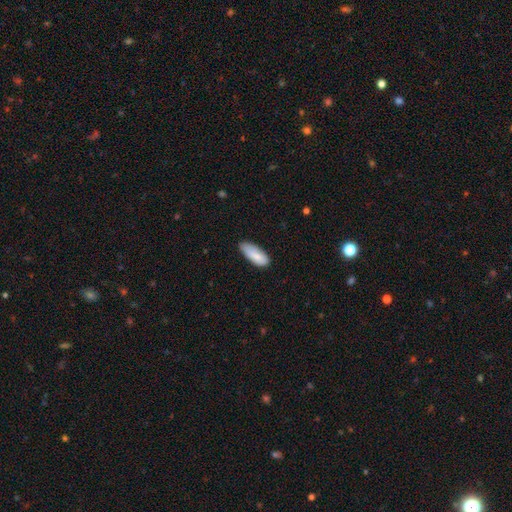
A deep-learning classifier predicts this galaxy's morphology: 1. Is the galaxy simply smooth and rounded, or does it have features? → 83% smooth, 11% featured or disk, 6% star or artifact.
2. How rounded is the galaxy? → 82% in between, 17% cigar-shaped, 2% round.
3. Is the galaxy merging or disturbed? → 67% none, 28% minor disturbance, 4% major disturbance, 1% merger.